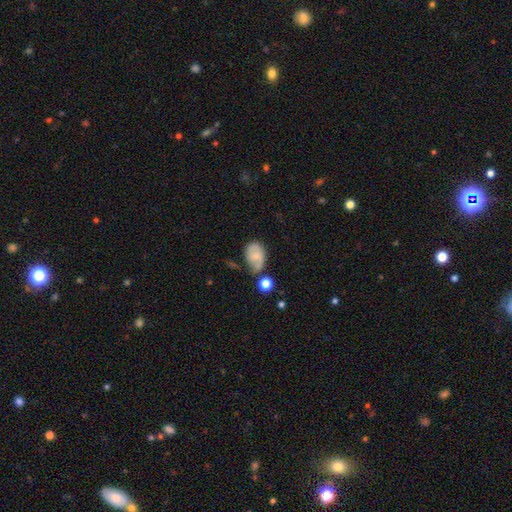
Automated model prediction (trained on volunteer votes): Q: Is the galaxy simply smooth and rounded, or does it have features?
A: smooth — 58%.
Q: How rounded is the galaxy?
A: in between — 79%.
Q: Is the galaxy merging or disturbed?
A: none — 38%.